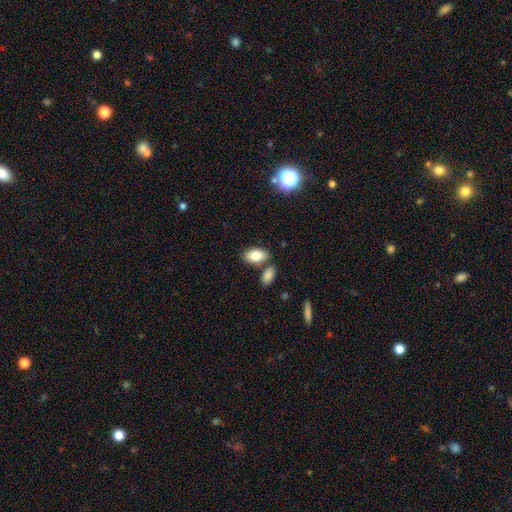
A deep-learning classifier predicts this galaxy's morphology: Q: Smooth or featured?
A: smooth (81%); runner-up: featured or disk (12%)
Q: How rounded?
A: in between (92%); runner-up: round (6%)
Q: Merging?
A: none (68%); runner-up: merger (17%)